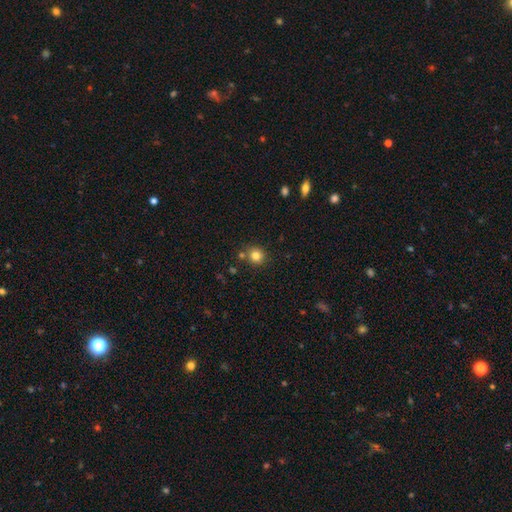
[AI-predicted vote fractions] Morphology: type=smooth (82%); roundness=round (90%); merging=none (78%).